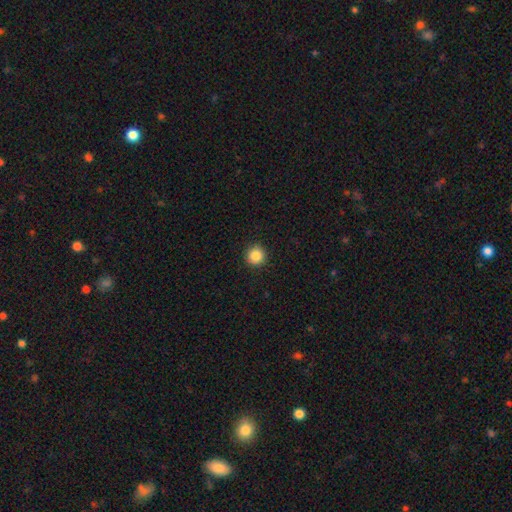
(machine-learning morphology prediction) type=smooth (86%); roundness=round (95%); merging=none (92%).